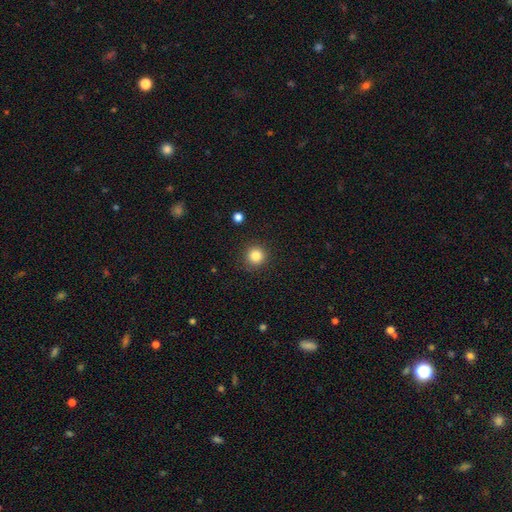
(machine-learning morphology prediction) Smooth or featured: smooth — 84% (star or artifact — 11%)
How rounded: round — 95% (in between — 4%)
Merging: none — 90% (minor disturbance — 6%)